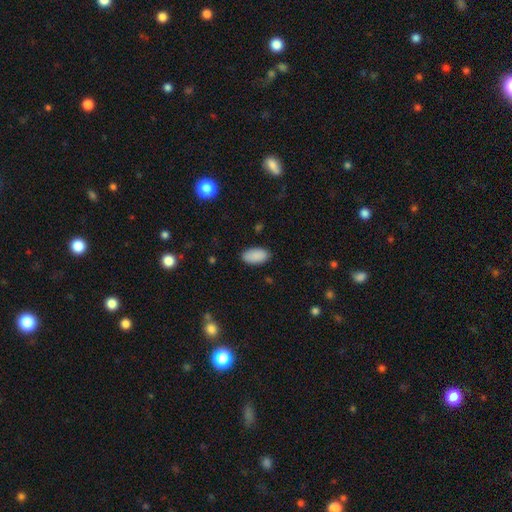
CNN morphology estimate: Smooth or featured? Predicted: smooth (p=0.90). How rounded? Predicted: in between (p=0.95). Merging? Predicted: none (p=0.87).